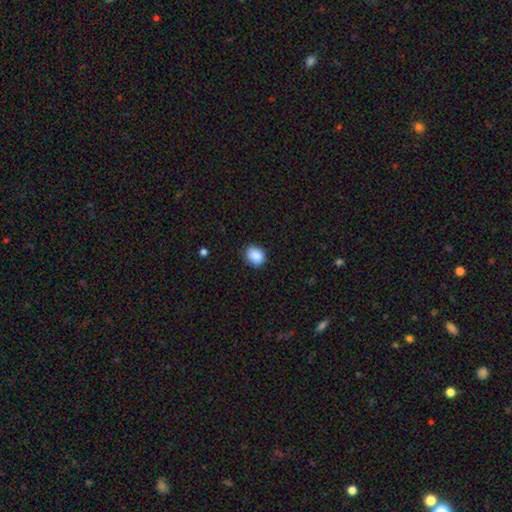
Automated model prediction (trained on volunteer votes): This appears to be a smooth galaxy with no disk features (88%) that is round (59%). Merging: none (85%).